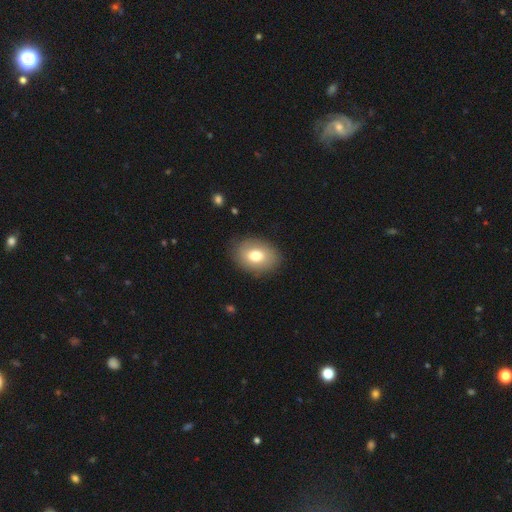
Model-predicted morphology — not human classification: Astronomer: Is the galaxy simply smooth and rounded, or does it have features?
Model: smooth — 74%.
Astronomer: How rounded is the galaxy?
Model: in between — 72%.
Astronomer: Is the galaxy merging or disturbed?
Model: none — 84%.